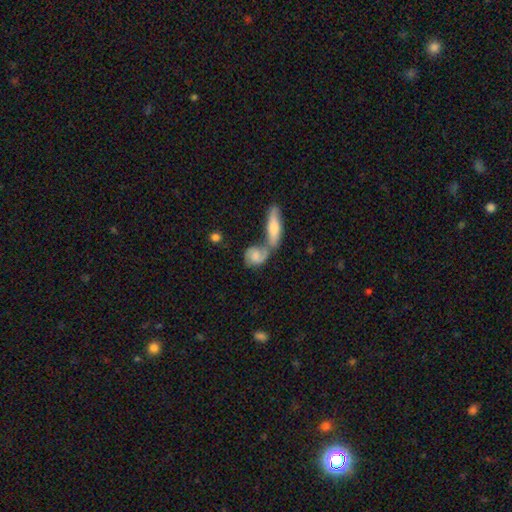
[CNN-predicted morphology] type=featured or disk (52%); edge-on=no (88%); merging=merger (49%).